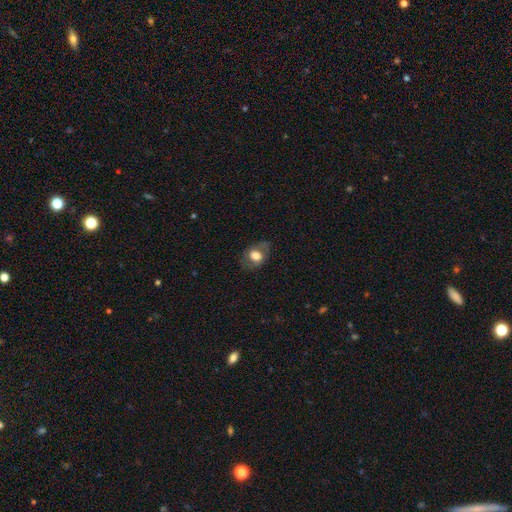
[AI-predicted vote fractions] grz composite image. It shows a smooth galaxy with no disk features (61%) that is in between round and cigar-shaped (66%). Merging: none (70%).